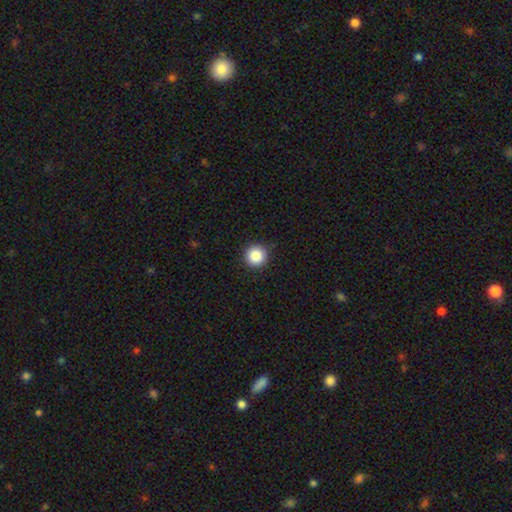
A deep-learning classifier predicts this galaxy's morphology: smooth_or_featured: smooth (p=0.87) [alt: star or artifact p=0.10]
how_rounded: round (p=0.96) [alt: in between p=0.03]
merging: none (p=0.91) [alt: minor disturbance p=0.06]